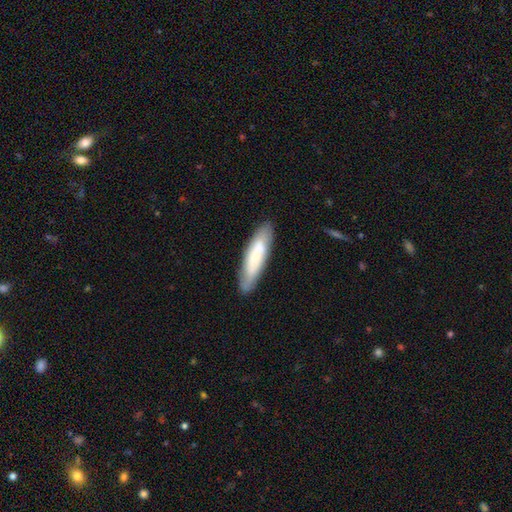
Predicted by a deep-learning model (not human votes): The model was most divided on "smooth or featured": smooth: 64%, featured or disk: 30%, star or artifact: 6%. More confident: merging — none (83%); how rounded — cigar-shaped (73%).